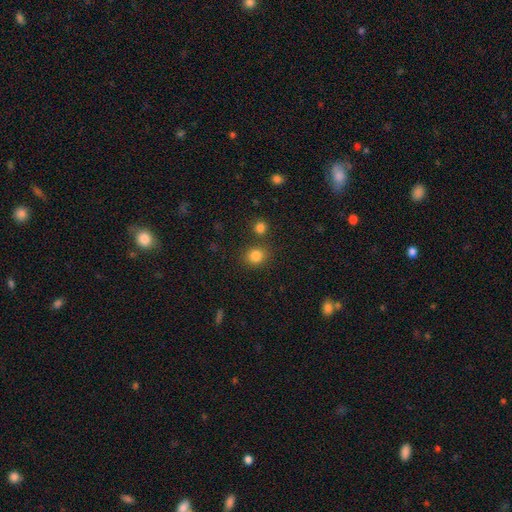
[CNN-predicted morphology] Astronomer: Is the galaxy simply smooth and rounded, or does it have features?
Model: smooth — 84%.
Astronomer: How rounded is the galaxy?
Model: round — 78%.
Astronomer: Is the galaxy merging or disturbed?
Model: none — 77%.